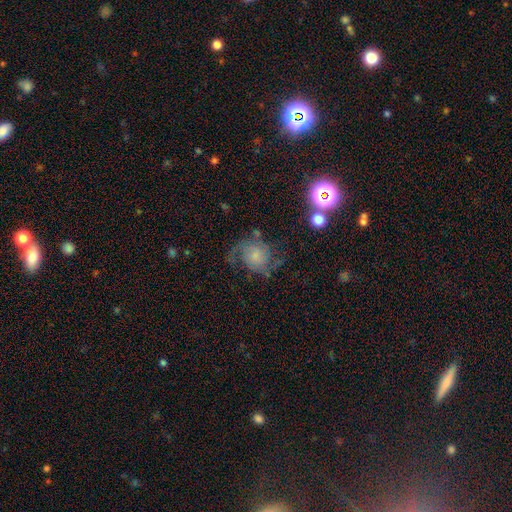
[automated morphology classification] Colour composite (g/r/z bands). It shows a featured or disk galaxy (69%) with no bar (69%), 2 (73%) medium (47%) spiral arms (92%) and a small central bulge (40%). Merging: none (55%).